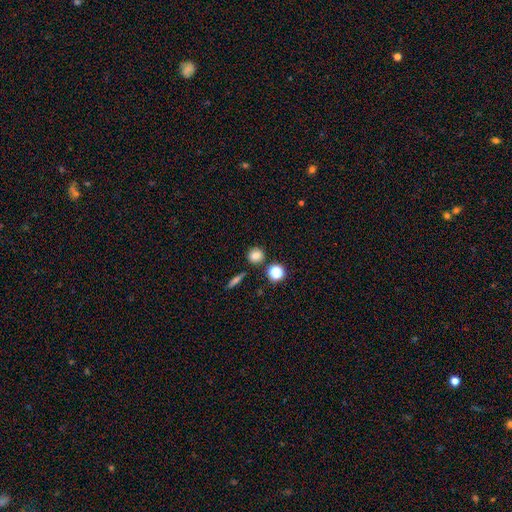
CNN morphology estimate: A smooth galaxy with no disk features (80%) that is round (83%).

Vote fractions:
- Smooth or featured? smooth: 80% / star or artifact: 13% / featured or disk: 6%
- How rounded? round: 83% / in between: 15% / cigar-shaped: 2%
- Merging? none: 82% / minor disturbance: 9% / merger: 6% / major disturbance: 3%